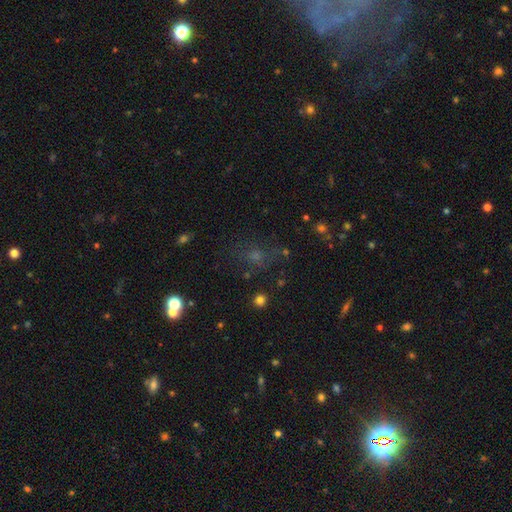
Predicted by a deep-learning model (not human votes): Smooth or featured?
  - star or artifact: 49% *
  - smooth: 35%
  - featured or disk: 16%